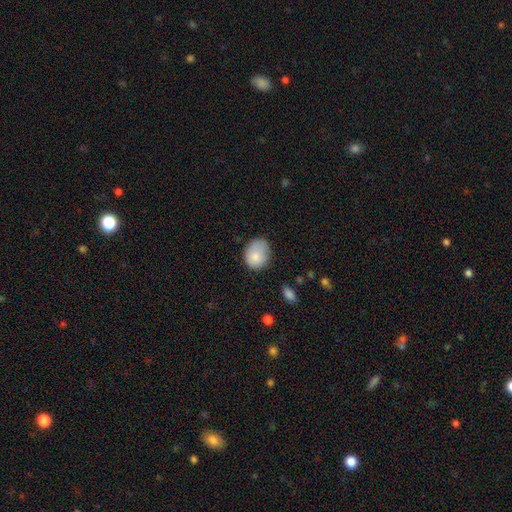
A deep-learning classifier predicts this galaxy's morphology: A smooth galaxy with no disk features (83%) that is in between round and cigar-shaped (50%). Merging: none (58%).